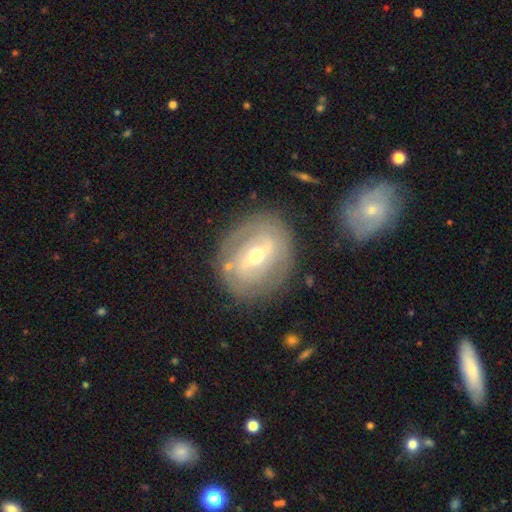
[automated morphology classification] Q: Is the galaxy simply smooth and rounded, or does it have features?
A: featured or disk — 73%.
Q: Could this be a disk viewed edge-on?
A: no — 94%.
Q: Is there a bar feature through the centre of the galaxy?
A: weak — 42%.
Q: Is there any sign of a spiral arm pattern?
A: yes — 67%.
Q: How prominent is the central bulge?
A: moderate — 60%.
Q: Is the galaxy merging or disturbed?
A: none — 80%.